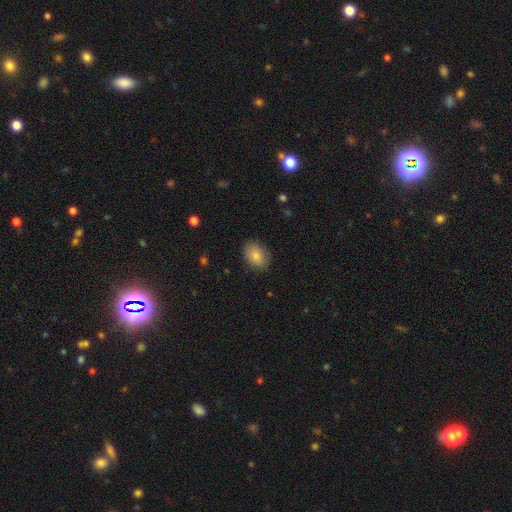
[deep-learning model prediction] A smooth galaxy with no disk features (84%) that is in between round and cigar-shaped (76%). Merging: none (85%).